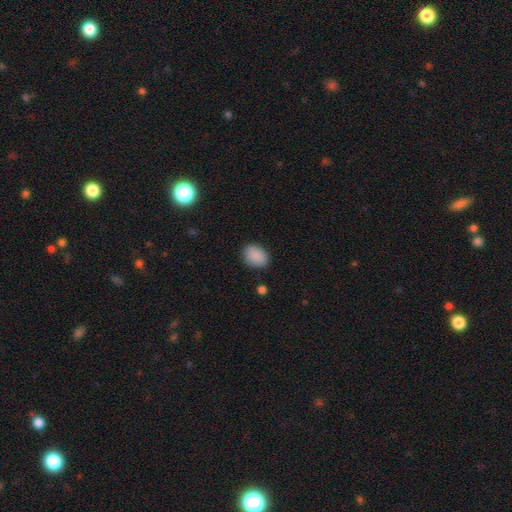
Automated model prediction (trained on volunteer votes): Morphology: type=smooth (89%); roundness=in between (68%); merging=none (86%).